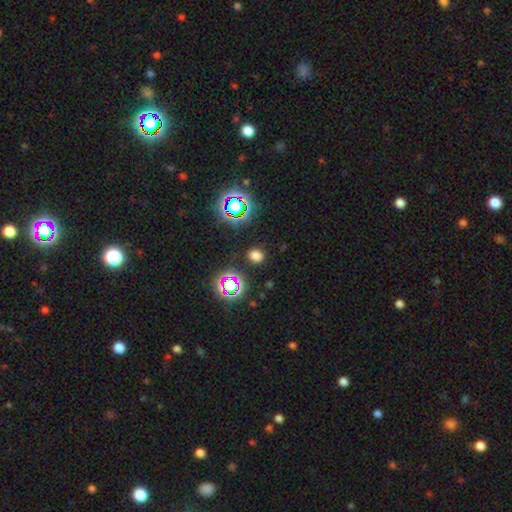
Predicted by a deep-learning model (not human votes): Morphology: type=smooth (68%); roundness=round (65%); merging=none (88%).